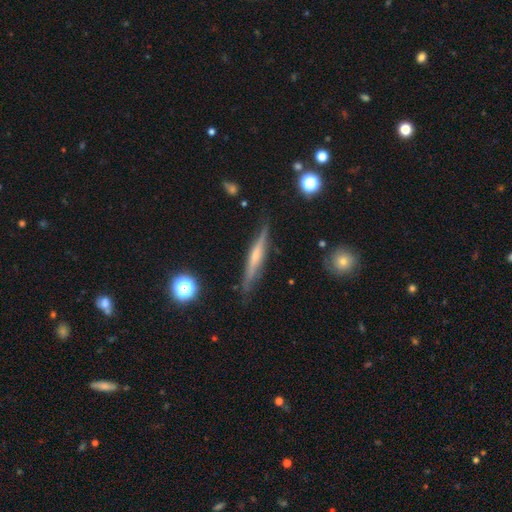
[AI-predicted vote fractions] smooth-or-featured: featured or disk: 63% | smooth: 30% | star or artifact: 7%
  disk-edge-on: yes: 95% | no: 5%
    edge-on-bulge: rounded: 49% | none: 38% | boxy: 14%
  merging: none: 83% | minor disturbance: 13% | major disturbance: 2% | merger: 2%